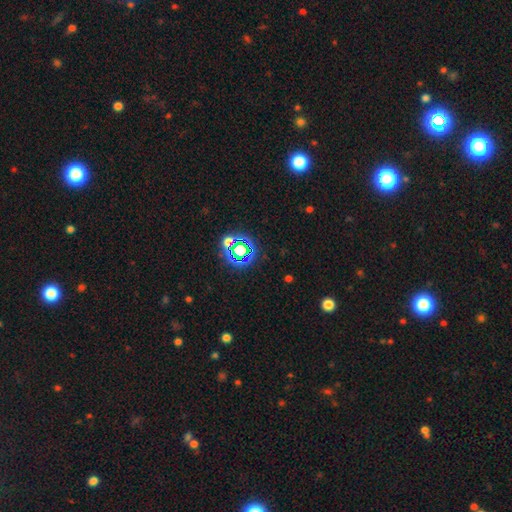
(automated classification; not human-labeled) This is likely a star or artifact rather than a galaxy (74%).